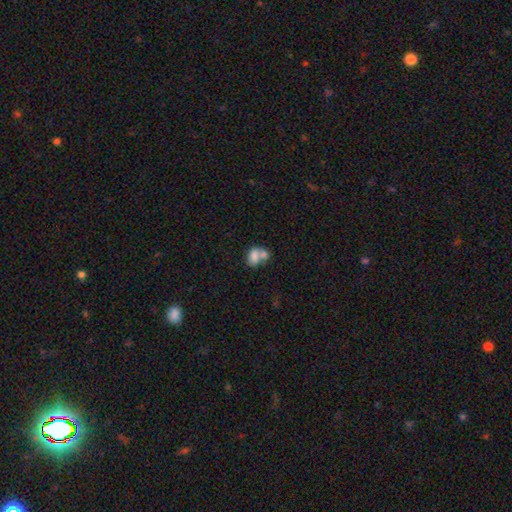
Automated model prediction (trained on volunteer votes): smooth 73%, featured or disk 18%, star or artifact 9%. Down the decision tree: how rounded — in between (75%); merging — merger (65%).